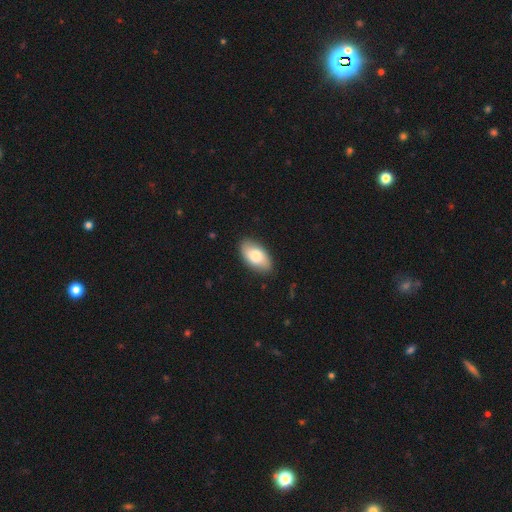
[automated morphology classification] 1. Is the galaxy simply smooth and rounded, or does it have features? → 74% smooth, 20% featured or disk, 6% star or artifact.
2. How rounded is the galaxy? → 95% in between, 3% round, 2% cigar-shaped.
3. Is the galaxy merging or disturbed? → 87% none, 10% minor disturbance, 2% major disturbance, 1% merger.